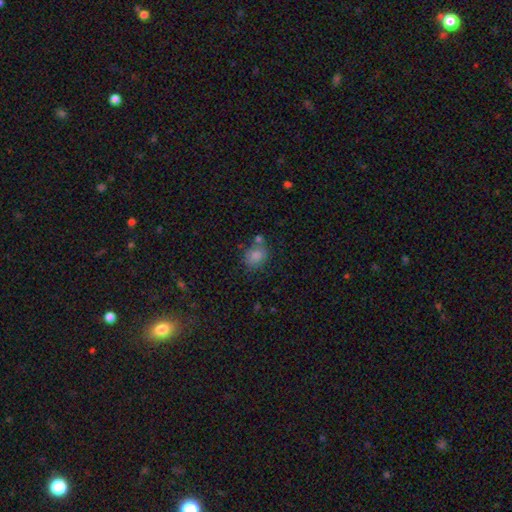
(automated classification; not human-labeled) A smooth galaxy with no disk features (82%) that is in between round and cigar-shaped (50%). Merging: none (63%).